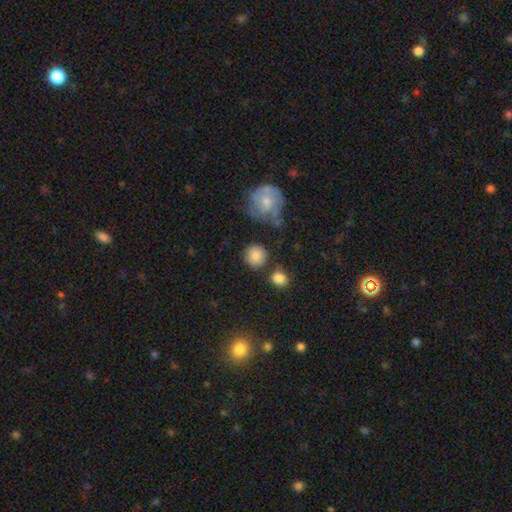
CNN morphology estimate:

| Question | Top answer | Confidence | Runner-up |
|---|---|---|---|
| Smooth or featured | smooth | 84% | star or artifact (8%) |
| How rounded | round | 91% | in between (8%) |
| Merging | none | 80% | minor disturbance (10%) |